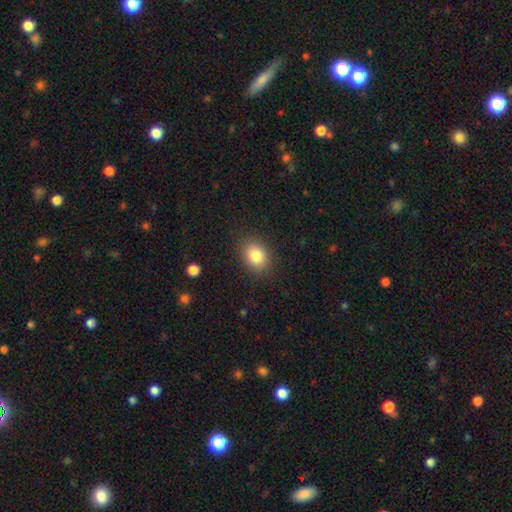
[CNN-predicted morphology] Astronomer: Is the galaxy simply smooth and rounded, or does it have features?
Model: smooth — 83%.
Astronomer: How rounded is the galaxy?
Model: in between — 58% (runner-up: round, 41%).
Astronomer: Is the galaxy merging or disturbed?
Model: none — 87%.